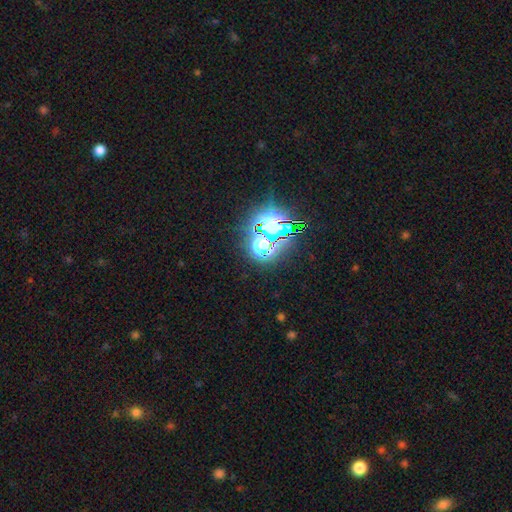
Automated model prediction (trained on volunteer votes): smooth_or_featured: star or artifact (p=0.73) [alt: smooth p=0.17]